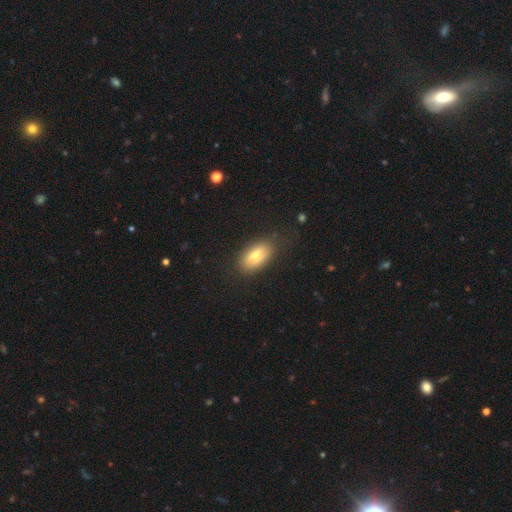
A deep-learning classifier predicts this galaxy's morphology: smooth 74%, featured or disk 17%, star or artifact 8%. Down the decision tree: how rounded — in between (90%); merging — none (79%).